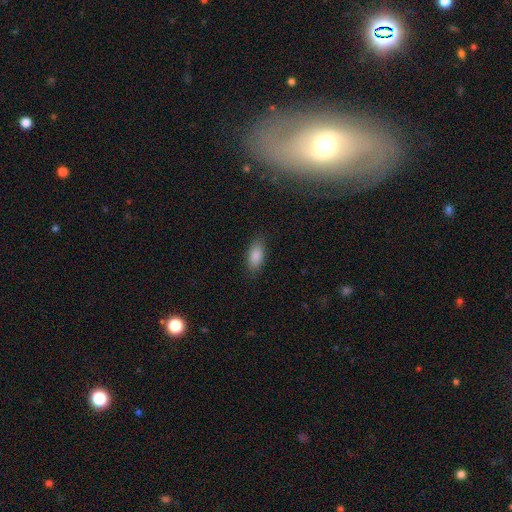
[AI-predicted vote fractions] A smooth galaxy with no disk features (88%) that is in between round and cigar-shaped (88%).

Vote fractions:
- Smooth or featured? smooth: 88% / star or artifact: 7% / featured or disk: 5%
- How rounded? in between: 88% / cigar-shaped: 9% / round: 3%
- Merging? none: 85% / minor disturbance: 11% / major disturbance: 3% / merger: 1%